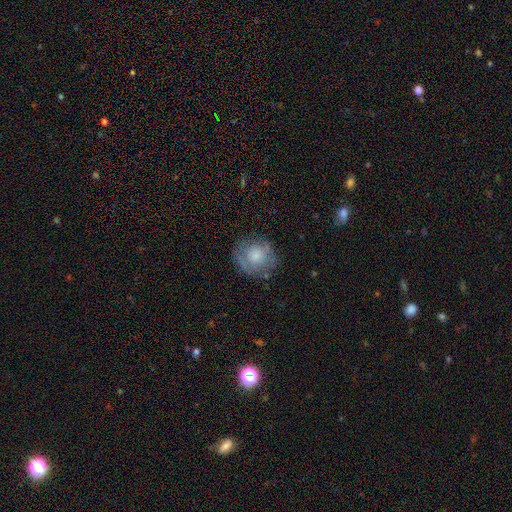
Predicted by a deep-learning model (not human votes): Morphology: type=smooth (60%); roundness=round (84%); merging=none (69%).